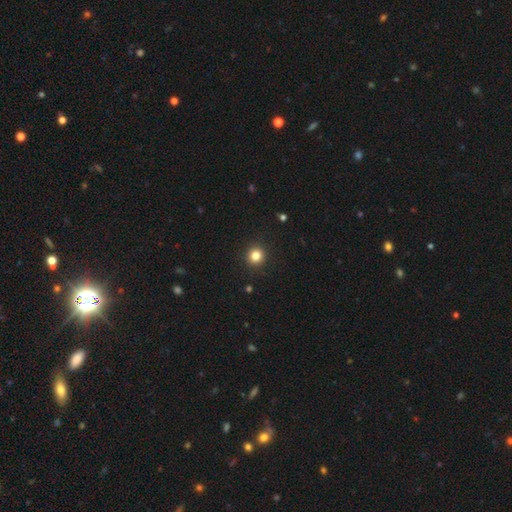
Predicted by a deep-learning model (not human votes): Smooth or featured?
  - smooth: 83% *
  - star or artifact: 12%
  - featured or disk: 5%
How rounded?
  - round: 92% *
  - in between: 7%
  - cigar-shaped: 1%
Merging?
  - none: 92% *
  - minor disturbance: 5%
  - major disturbance: 2%
  - merger: 1%